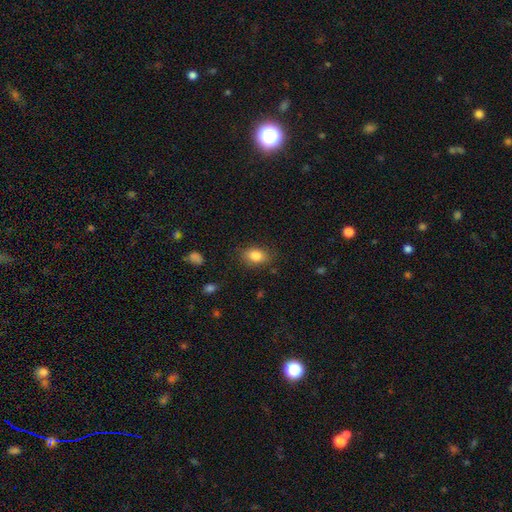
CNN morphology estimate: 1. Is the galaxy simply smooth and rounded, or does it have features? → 84% smooth, 9% star or artifact, 7% featured or disk.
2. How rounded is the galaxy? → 79% in between, 20% round, 2% cigar-shaped.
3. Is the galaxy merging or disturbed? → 82% none, 13% minor disturbance, 4% major disturbance, 1% merger.